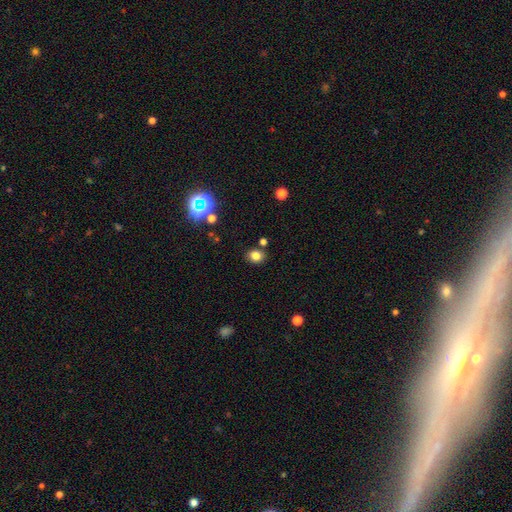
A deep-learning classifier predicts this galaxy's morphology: smooth_or_featured: smooth (p=0.79) [alt: star or artifact p=0.14]
how_rounded: round (p=0.56) [alt: in between p=0.43]
merging: none (p=0.82) [alt: minor disturbance p=0.10]